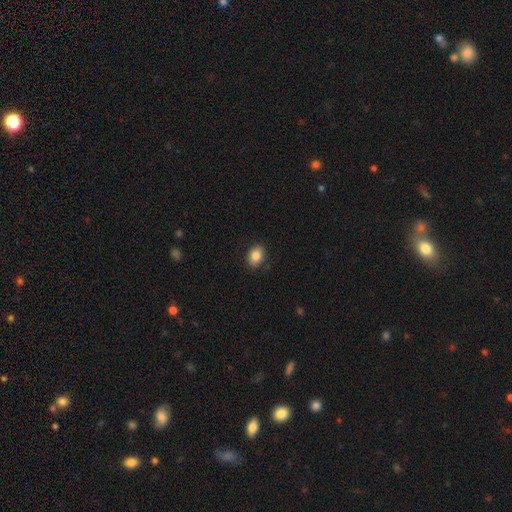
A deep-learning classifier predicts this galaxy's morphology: This is clearly a smooth galaxy (84%). How rounded: likely in between (72%). Merging: clearly none (86%).